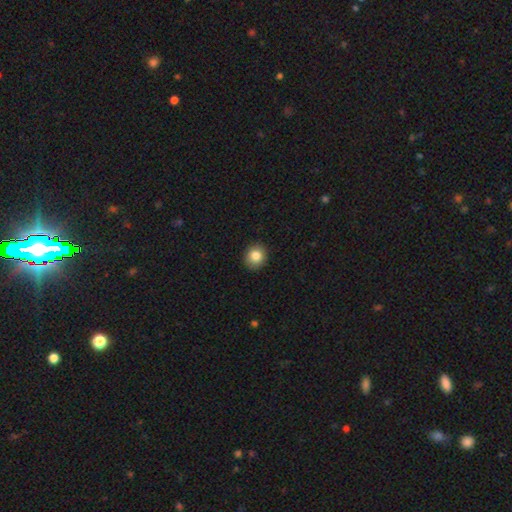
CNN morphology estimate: smooth 84%, star or artifact 9%, featured or disk 7%. Down the decision tree: how rounded — round (83%); merging — none (91%).